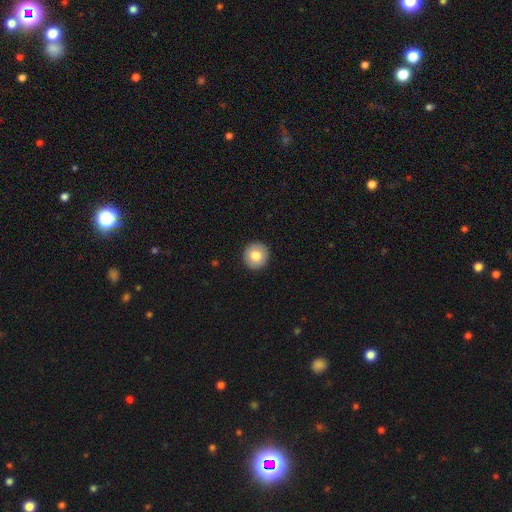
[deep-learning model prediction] Morphology: type=smooth (79%); roundness=round (94%); merging=none (92%).